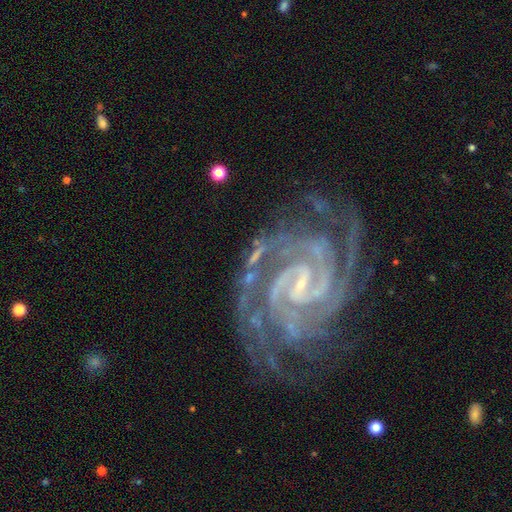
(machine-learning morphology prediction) Smooth or featured: featured or disk — 93% (star or artifact — 5%)
Edge-on disk: no — 98% (yes — 2%)
Bar: weak — 47% (strong — 30%)
Spiral arms: yes — 99% (no — 1%)
Spiral winding: tight — 72% (medium — 25%)
Spiral arm count: 2 — 42% (3 — 20%)
Bulge size: small — 78% (moderate — 11%)
Merging: none — 73% (minor disturbance — 18%)